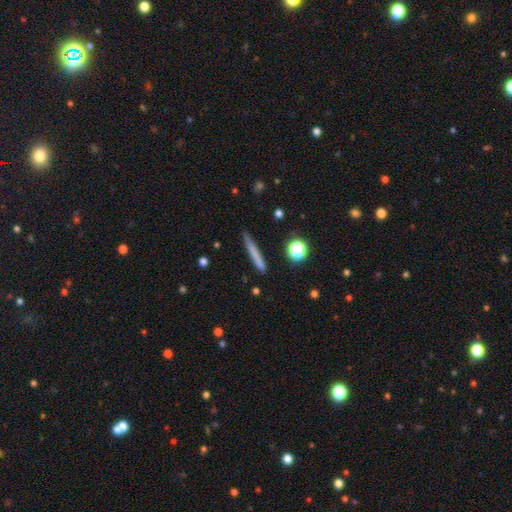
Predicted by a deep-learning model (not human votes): Smooth or featured? Predicted: smooth (p=0.69). How rounded? Predicted: cigar-shaped (p=0.95). Merging? Predicted: none (p=0.82).